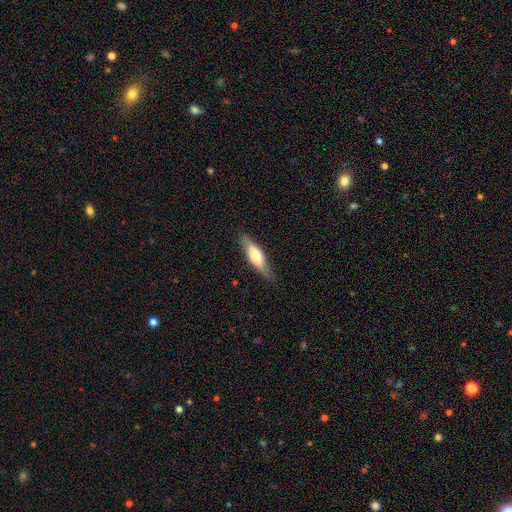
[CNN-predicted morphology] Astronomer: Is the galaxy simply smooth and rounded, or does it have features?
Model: smooth — 57% (runner-up: featured or disk, 38%).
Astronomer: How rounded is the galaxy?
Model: cigar-shaped — 61% (runner-up: in between, 37%).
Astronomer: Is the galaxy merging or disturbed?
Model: none — 81%.